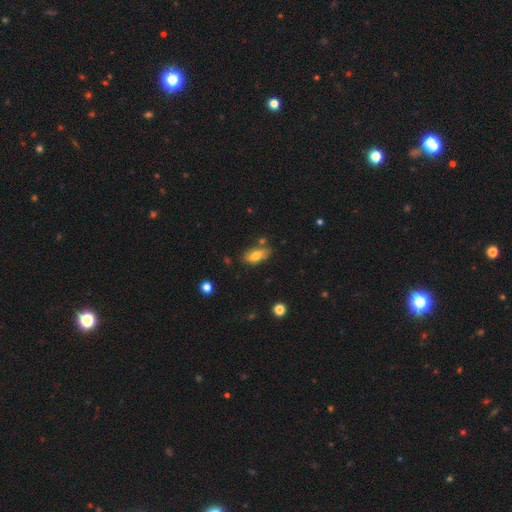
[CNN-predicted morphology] Overall: smooth (69%). How rounded: in between (86%). Merging: none (67%).